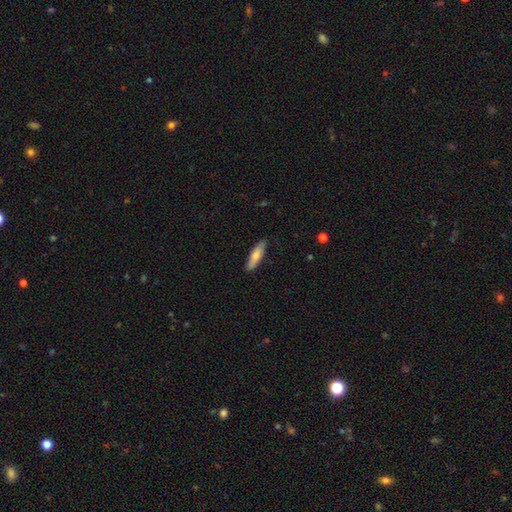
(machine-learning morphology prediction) Smooth or featured: smooth — 72% (featured or disk — 22%)
How rounded: cigar-shaped — 70% (in between — 28%)
Merging: none — 87% (minor disturbance — 10%)